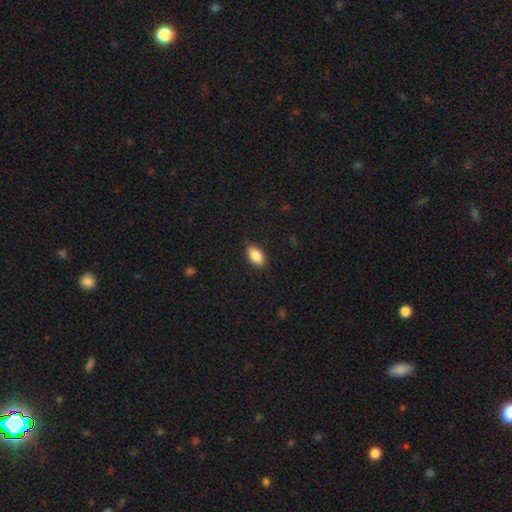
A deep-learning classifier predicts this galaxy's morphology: smooth_or_featured: smooth (p=0.85) [alt: featured or disk p=0.08]
how_rounded: in between (p=0.92) [alt: cigar-shaped p=0.04]
merging: none (p=0.87) [alt: minor disturbance p=0.10]